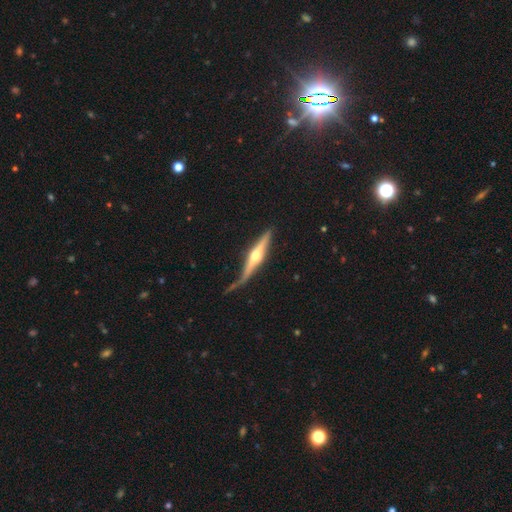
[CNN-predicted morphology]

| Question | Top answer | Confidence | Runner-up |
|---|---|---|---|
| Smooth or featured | featured or disk | 75% | smooth (20%) |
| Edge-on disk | yes | 94% | no (6%) |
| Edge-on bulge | rounded | 93% | none (4%) |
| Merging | none | 52% | minor disturbance (28%) |